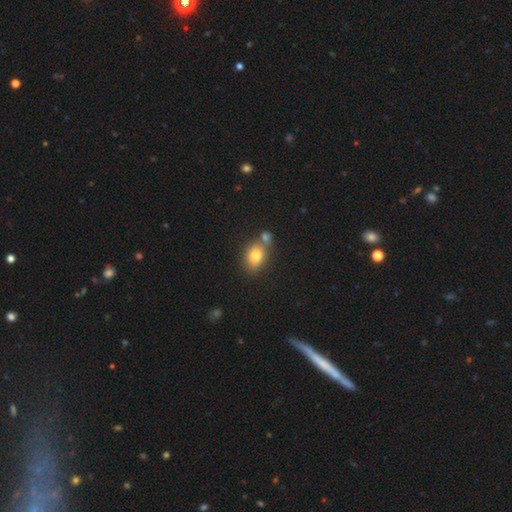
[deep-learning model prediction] Smooth or featured? smooth (79%)
How rounded? in between (67%)
Merging? none (50%)